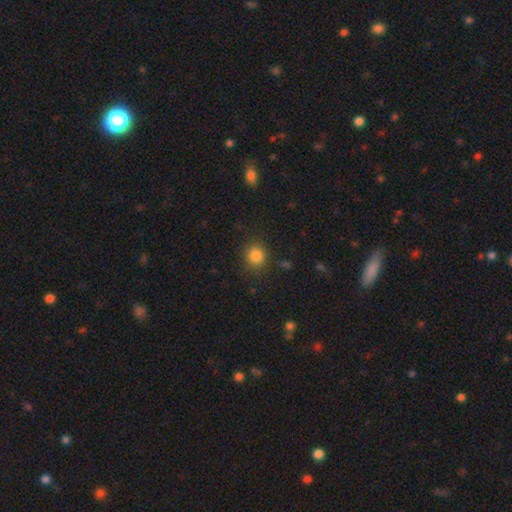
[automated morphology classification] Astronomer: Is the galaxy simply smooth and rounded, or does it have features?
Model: smooth — 84%.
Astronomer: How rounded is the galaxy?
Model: round — 85%.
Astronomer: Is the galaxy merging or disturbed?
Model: none — 86%.